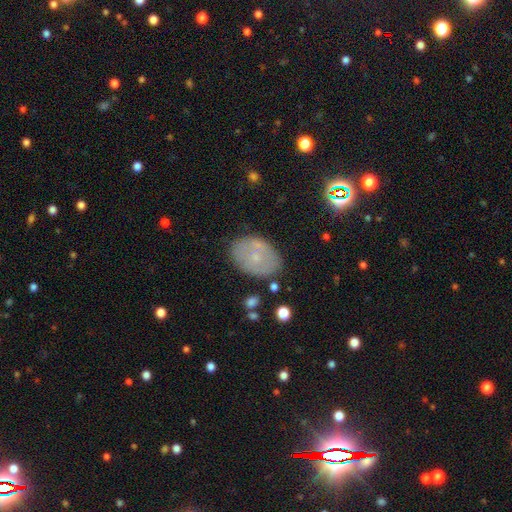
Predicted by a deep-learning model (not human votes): smooth-or-featured: smooth: 52% | featured or disk: 38% | star or artifact: 10%
  how-rounded: in between: 82% | round: 17% | cigar-shaped: 1%
  merging: none: 77% | minor disturbance: 16% | major disturbance: 4% | merger: 3%